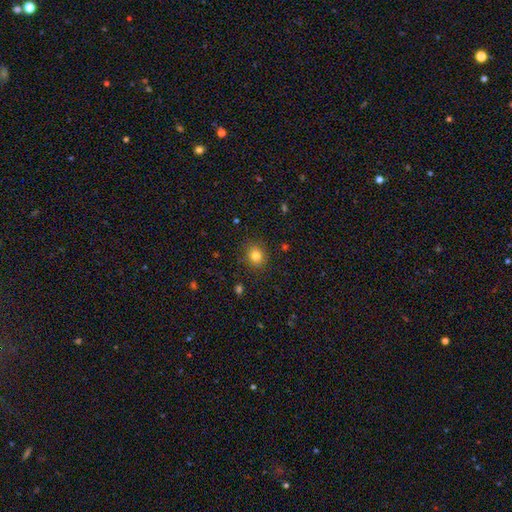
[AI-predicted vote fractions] smooth-or-featured: smooth: 82% | star or artifact: 12% | featured or disk: 6%
  how-rounded: round: 79% | in between: 20% | cigar-shaped: 1%
  merging: none: 88% | minor disturbance: 8% | major disturbance: 3% | merger: 1%